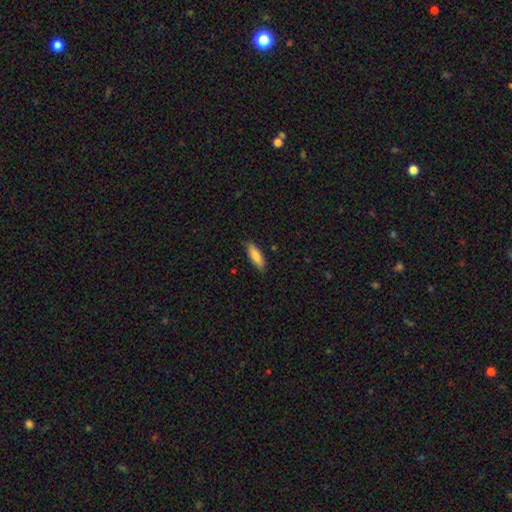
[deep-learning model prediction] This is clearly a smooth galaxy (83%). How rounded: possibly in between (54%). Merging: clearly none (86%).